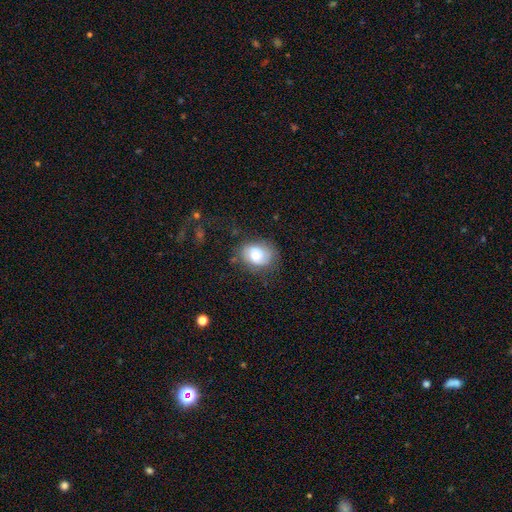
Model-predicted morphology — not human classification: This is possibly a smooth galaxy (47%). Merging: likely none (70%).